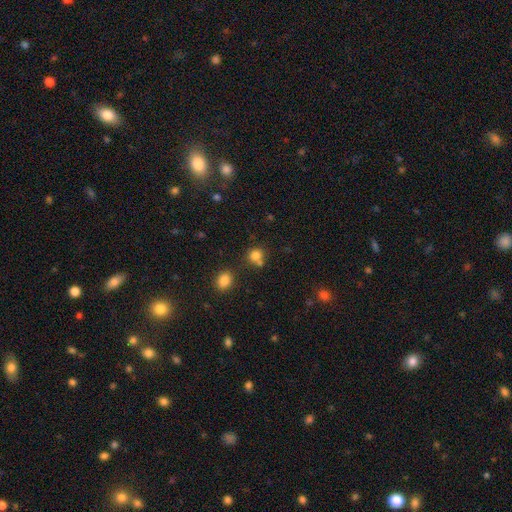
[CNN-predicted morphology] Overall: smooth (79%). How rounded: round (82%). Merging: none (57%; merger 28%).